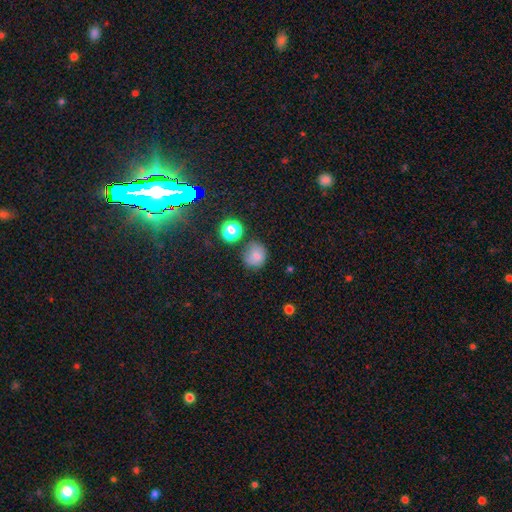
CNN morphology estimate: This appears to be a smooth galaxy with no disk features (77%) that is round (81%). Merging: none (65%).